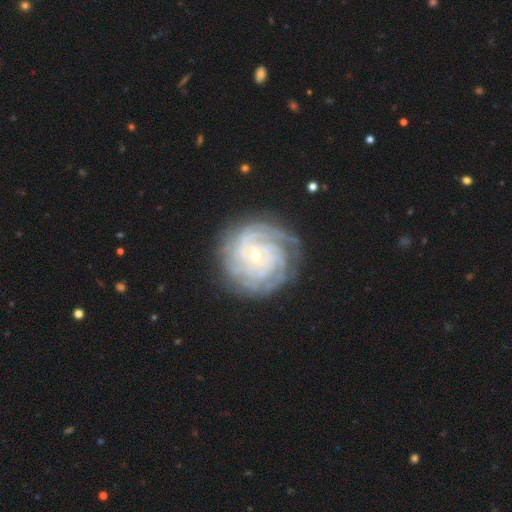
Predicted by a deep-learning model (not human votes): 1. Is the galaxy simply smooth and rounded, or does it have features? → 86% featured or disk, 8% smooth, 6% star or artifact.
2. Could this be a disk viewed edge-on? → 97% no, 3% yes.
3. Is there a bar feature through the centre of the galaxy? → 70% no, 23% weak, 7% strong.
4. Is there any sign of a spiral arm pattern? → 97% yes, 3% no.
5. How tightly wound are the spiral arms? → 81% tight, 16% medium, 3% loose.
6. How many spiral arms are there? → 29% can't tell, 22% 4, 17% more than 4, 15% 3, 10% 2, 7% 1.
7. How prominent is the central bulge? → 73% small, 23% moderate, 2% large, 1% none, 1% dominant.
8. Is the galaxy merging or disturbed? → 79% none, 14% minor disturbance, 5% major disturbance, 1% merger.